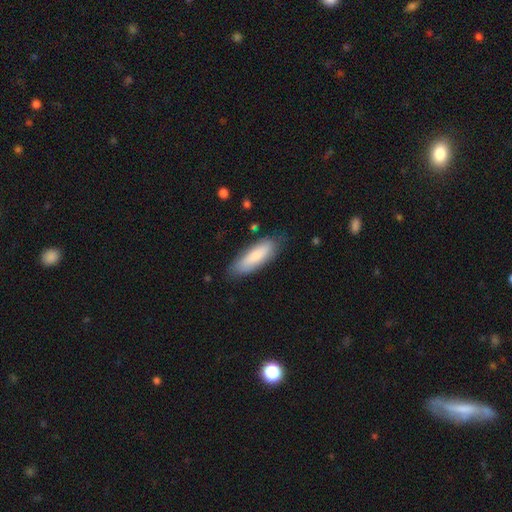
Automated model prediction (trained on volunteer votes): smooth-or-featured: smooth: 78% | featured or disk: 16% | star or artifact: 6%
  how-rounded: in between: 56% | cigar-shaped: 42% | round: 2%
  merging: none: 78% | minor disturbance: 17% | major disturbance: 4% | merger: 2%